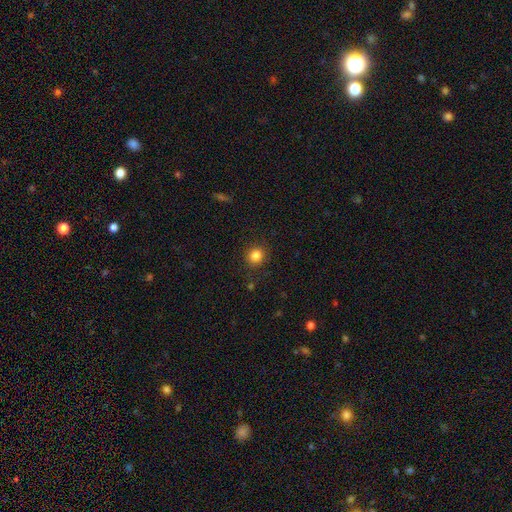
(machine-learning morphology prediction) Smooth or featured? Predicted: smooth (p=0.84). How rounded? Predicted: round (p=0.90). Merging? Predicted: none (p=0.88).